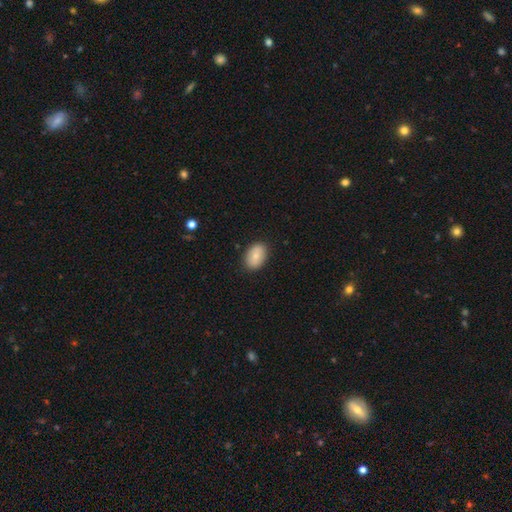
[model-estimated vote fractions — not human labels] A smooth galaxy with no disk features (79%) that is in between round and cigar-shaped (85%). Merging: none (87%).